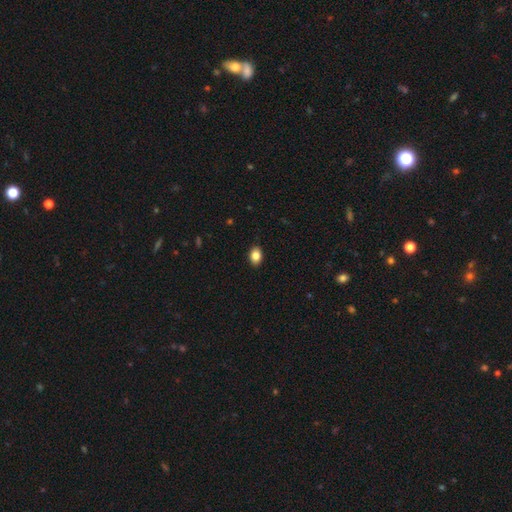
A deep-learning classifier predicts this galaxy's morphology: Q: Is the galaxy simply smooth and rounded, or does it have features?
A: smooth — 85%.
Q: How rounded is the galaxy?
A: in between — 78%.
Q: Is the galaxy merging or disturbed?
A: none — 90%.